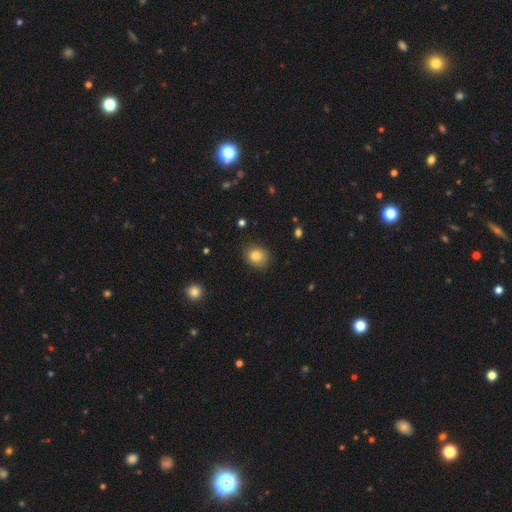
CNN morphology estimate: Smooth or featured?
  - smooth: 82% *
  - star or artifact: 10%
  - featured or disk: 7%
How rounded?
  - round: 69% *
  - in between: 30%
  - cigar-shaped: 1%
Merging?
  - none: 83% *
  - minor disturbance: 13%
  - major disturbance: 3%
  - merger: 1%